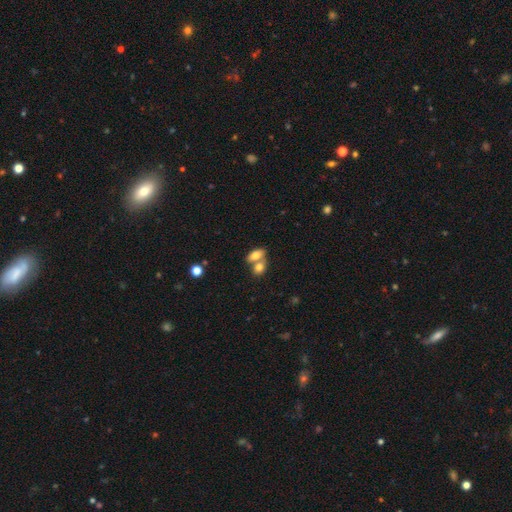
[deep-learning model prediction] Smooth or featured?
  - smooth: 75% *
  - featured or disk: 17%
  - star or artifact: 8%
How rounded?
  - in between: 85% *
  - round: 9%
  - cigar-shaped: 7%
Merging?
  - merger: 56% *
  - none: 33%
  - minor disturbance: 7%
  - major disturbance: 3%